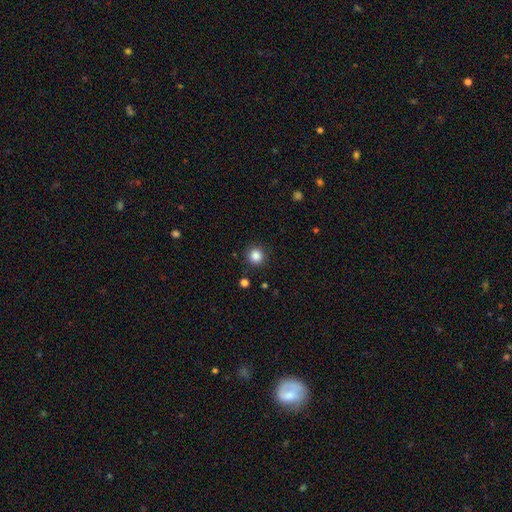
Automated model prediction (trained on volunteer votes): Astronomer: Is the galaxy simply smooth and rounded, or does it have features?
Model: smooth — 86%.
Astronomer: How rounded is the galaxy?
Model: round — 94%.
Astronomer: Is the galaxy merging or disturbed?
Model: none — 90%.